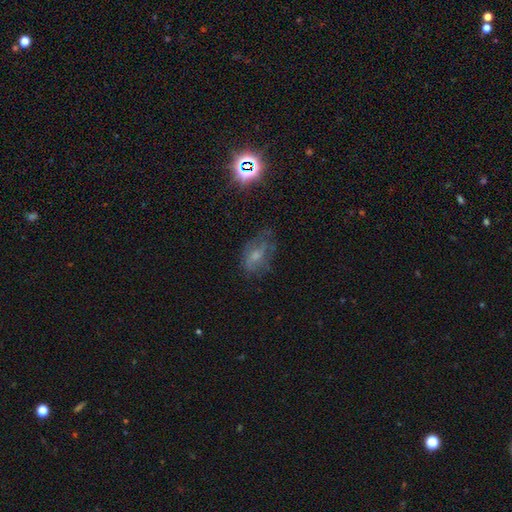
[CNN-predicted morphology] smooth_or_featured: featured or disk (p=0.40) [alt: smooth p=0.38]
merging: none (p=0.50) [alt: minor disturbance p=0.27]